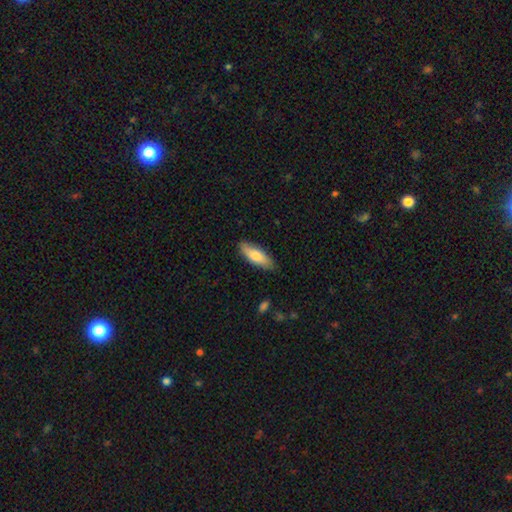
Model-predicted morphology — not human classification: Smooth or featured: smooth — 77% (featured or disk — 17%)
How rounded: in between — 58% (cigar-shaped — 40%)
Merging: none — 85% (minor disturbance — 12%)